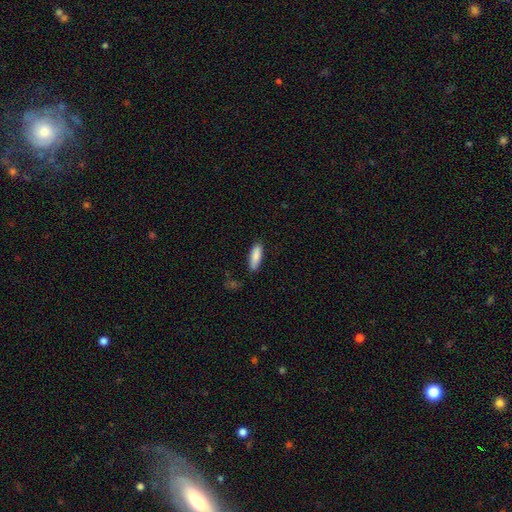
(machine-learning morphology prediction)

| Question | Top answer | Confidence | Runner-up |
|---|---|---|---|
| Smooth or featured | smooth | 87% | featured or disk (6%) |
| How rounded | in between | 55% | cigar-shaped (44%) |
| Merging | none | 85% | minor disturbance (11%) |